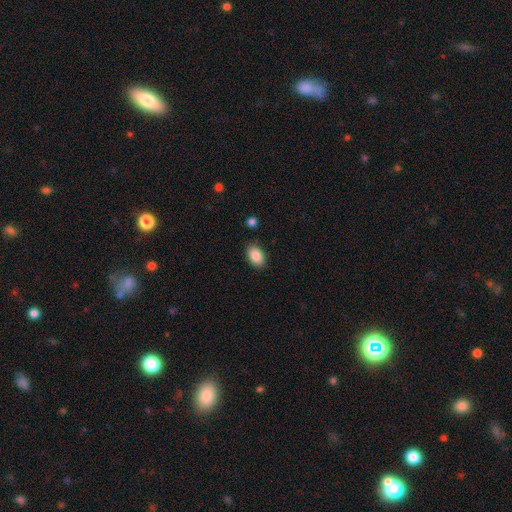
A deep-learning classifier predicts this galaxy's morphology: This is clearly a smooth galaxy (88%). How rounded: clearly in between (89%). Merging: clearly none (87%).